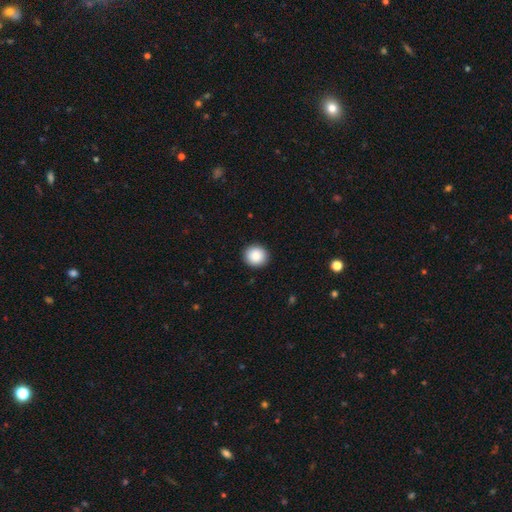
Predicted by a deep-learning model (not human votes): smooth_or_featured: smooth (p=0.88) [alt: star or artifact p=0.08]
how_rounded: round (p=0.88) [alt: in between p=0.11]
merging: none (p=0.92) [alt: minor disturbance p=0.06]